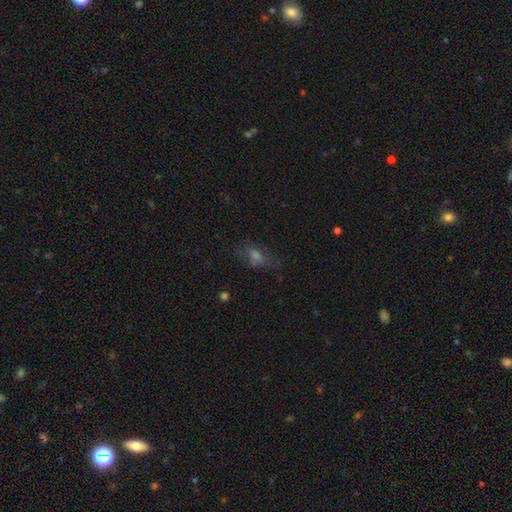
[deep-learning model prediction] Q: Smooth or featured?
A: smooth (48%); runner-up: star or artifact (29%)
Q: Merging?
A: none (61%); runner-up: minor disturbance (20%)